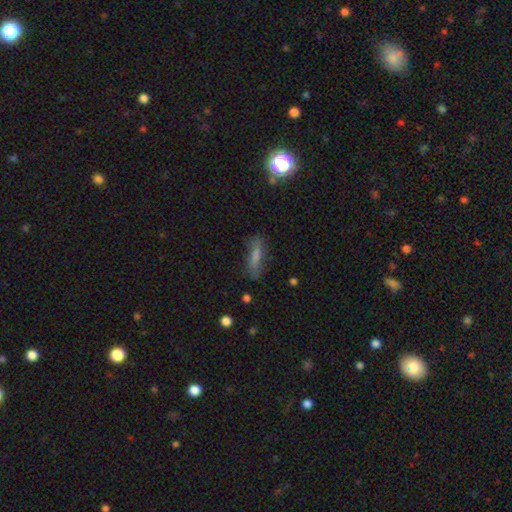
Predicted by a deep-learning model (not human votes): Smooth or featured?
  - smooth: 53% *
  - featured or disk: 29%
  - star or artifact: 18%
How rounded?
  - cigar-shaped: 59% *
  - in between: 36%
  - round: 5%
Merging?
  - none: 73% *
  - minor disturbance: 18%
  - major disturbance: 7%
  - merger: 2%